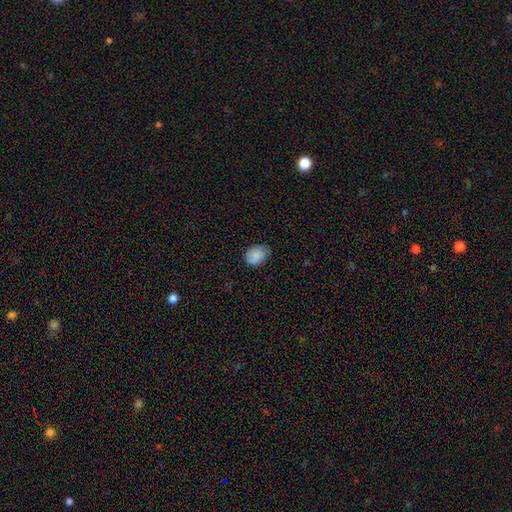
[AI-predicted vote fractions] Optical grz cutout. It shows a smooth galaxy with no disk features (86%) that is in between round and cigar-shaped (64%). Merging: none (68%).